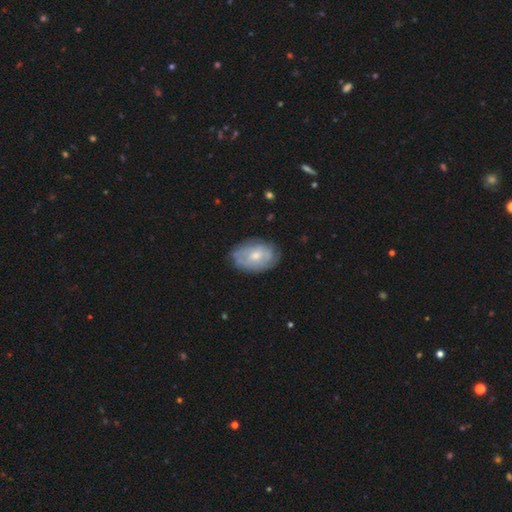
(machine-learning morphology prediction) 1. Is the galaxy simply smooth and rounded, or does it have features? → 53% featured or disk, 41% smooth, 6% star or artifact.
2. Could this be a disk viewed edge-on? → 95% no, 5% yes.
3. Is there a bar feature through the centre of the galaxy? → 69% no, 27% weak, 4% strong.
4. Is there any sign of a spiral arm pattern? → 56% yes, 44% no.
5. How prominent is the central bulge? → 52% moderate, 41% small, 3% large, 3% none, 1% dominant.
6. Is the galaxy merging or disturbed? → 70% none, 22% minor disturbance, 6% major disturbance, 1% merger.